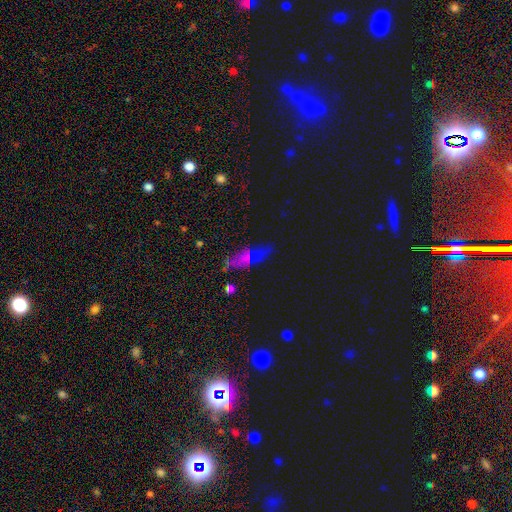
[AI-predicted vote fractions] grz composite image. It shows a star or artifact, not a galaxy (40%).